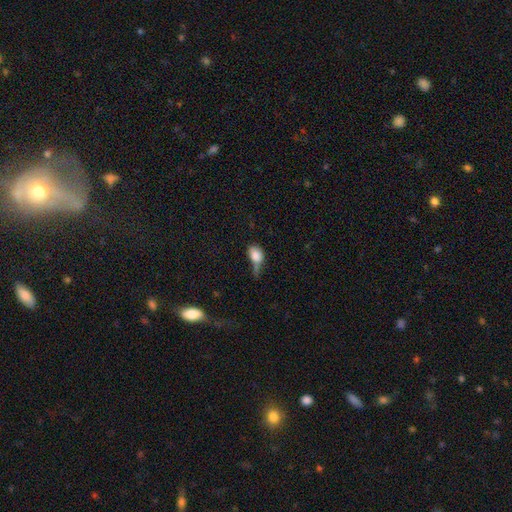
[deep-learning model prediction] Morphology: type=smooth (80%); roundness=in between (78%); merging=minor disturbance (29%).